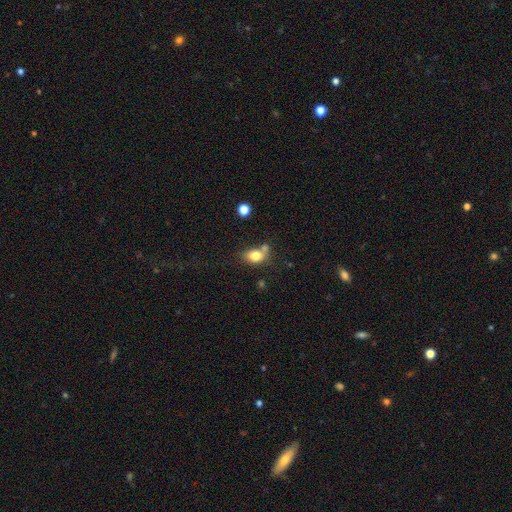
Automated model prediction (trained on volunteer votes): Morphology: type=smooth (78%); roundness=in between (69%); merging=none (47%).